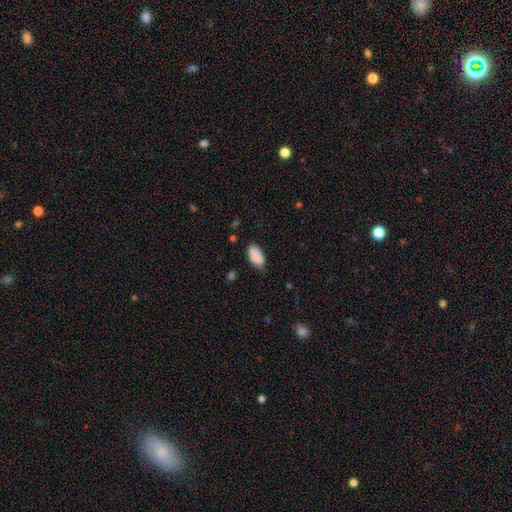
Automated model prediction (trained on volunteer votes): Smooth or featured? smooth (86%)
How rounded? in between (94%)
Merging? none (61%)